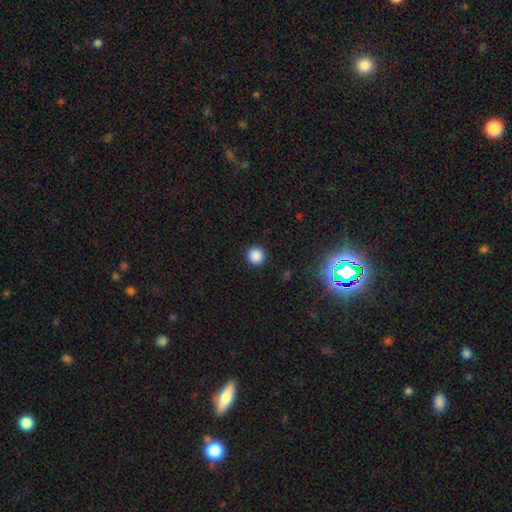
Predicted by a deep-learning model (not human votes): This appears to be a smooth galaxy with no disk features (86%) that is round (96%). Merging: none (92%).